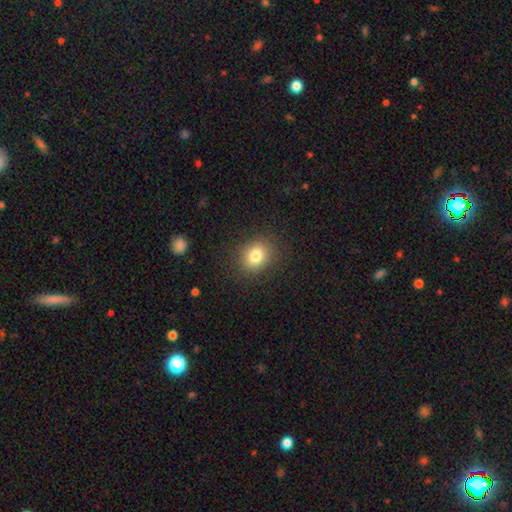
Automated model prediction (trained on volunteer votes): Smooth or featured?
  - smooth: 81% *
  - star or artifact: 11%
  - featured or disk: 8%
How rounded?
  - round: 54% *
  - in between: 45%
  - cigar-shaped: 1%
Merging?
  - none: 87% *
  - minor disturbance: 9%
  - major disturbance: 3%
  - merger: 1%